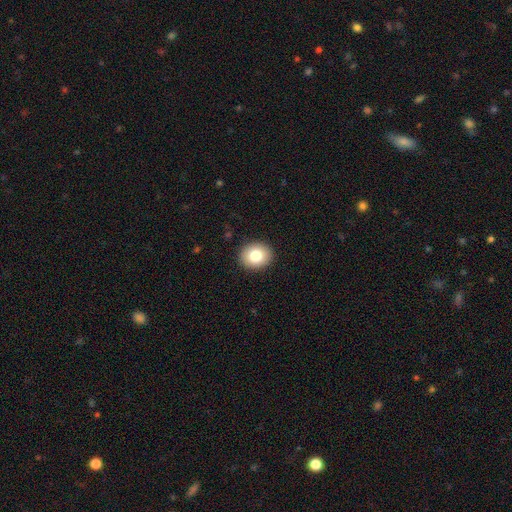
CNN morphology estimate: type=smooth (81%); roundness=round (64%); merging=none (91%).